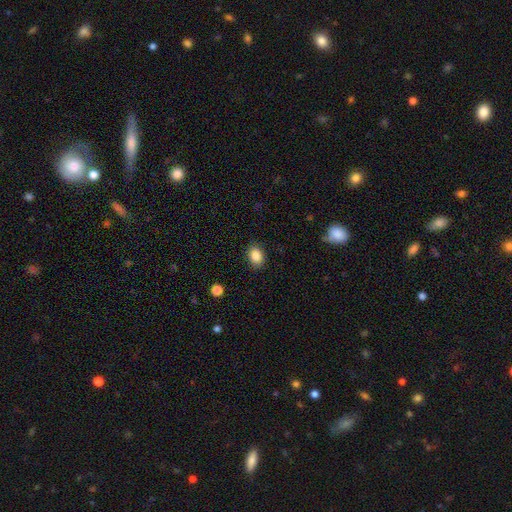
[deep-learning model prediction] smooth 87%, star or artifact 9%, featured or disk 4%. Down the decision tree: how rounded — in between (68%); merging — none (87%).